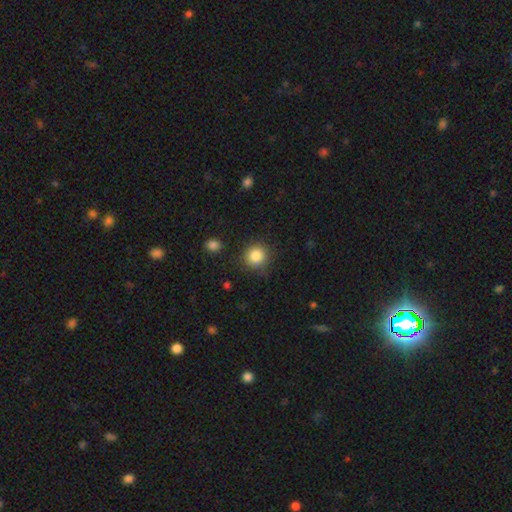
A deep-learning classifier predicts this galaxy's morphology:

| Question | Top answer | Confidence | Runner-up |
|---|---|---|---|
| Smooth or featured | smooth | 85% | star or artifact (10%) |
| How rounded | round | 92% | in between (7%) |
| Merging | none | 86% | minor disturbance (9%) |